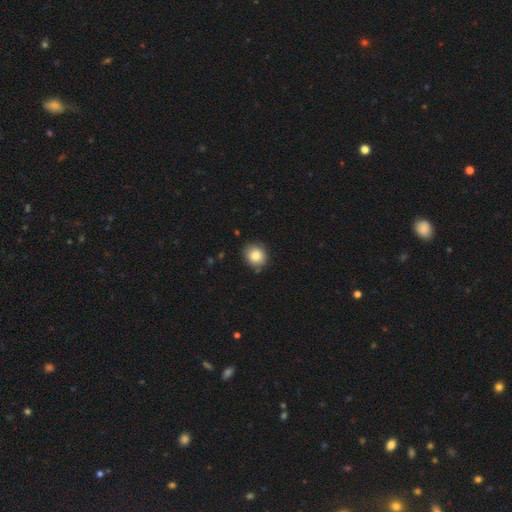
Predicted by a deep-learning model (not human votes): Smooth or featured? Predicted: smooth (p=0.85). How rounded? Predicted: round (p=0.78). Merging? Predicted: none (p=0.83).